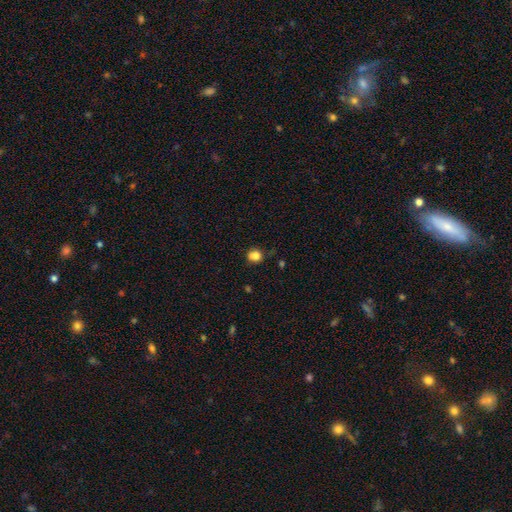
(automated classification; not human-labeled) This appears to be a smooth galaxy with no disk features (83%) that is round (66%). Merging: none (65%).